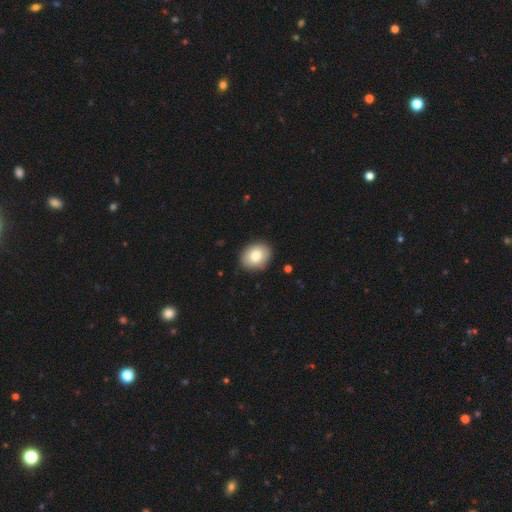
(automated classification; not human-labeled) A smooth galaxy with no disk features (83%) that is in between round and cigar-shaped (50%). Merging: none (87%).